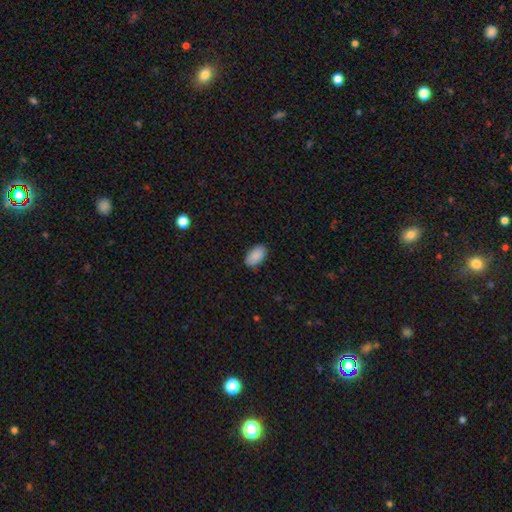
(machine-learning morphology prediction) Q: Smooth or featured?
A: smooth (89%); runner-up: star or artifact (6%)
Q: How rounded?
A: in between (95%); runner-up: round (4%)
Q: Merging?
A: none (87%); runner-up: minor disturbance (10%)